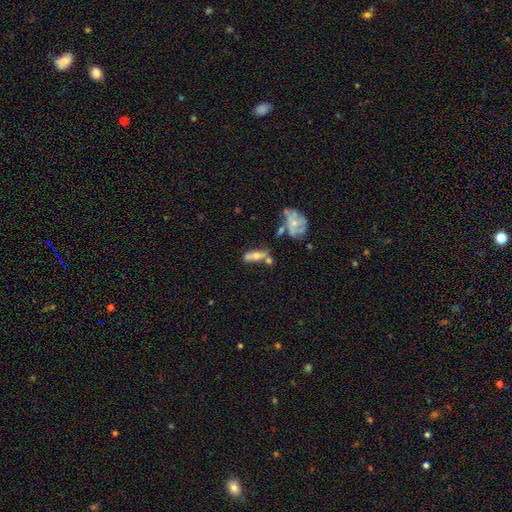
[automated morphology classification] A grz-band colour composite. It shows a smooth galaxy with no disk features (50%). Merging: none (47%).